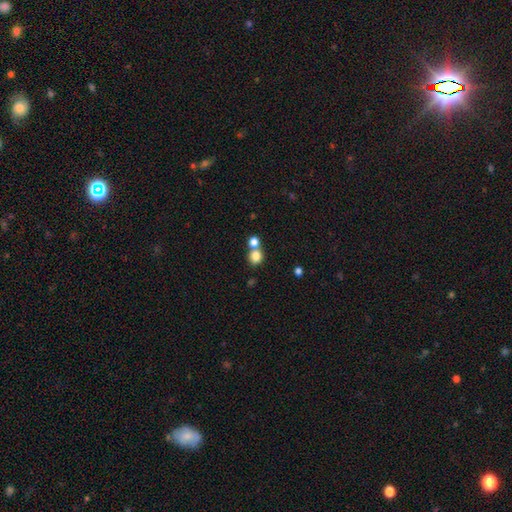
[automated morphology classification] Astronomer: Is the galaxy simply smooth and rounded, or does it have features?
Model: smooth — 81%.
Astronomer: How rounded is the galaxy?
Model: round — 73%.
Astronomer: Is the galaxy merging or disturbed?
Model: none — 49% (runner-up: merger, 39%).